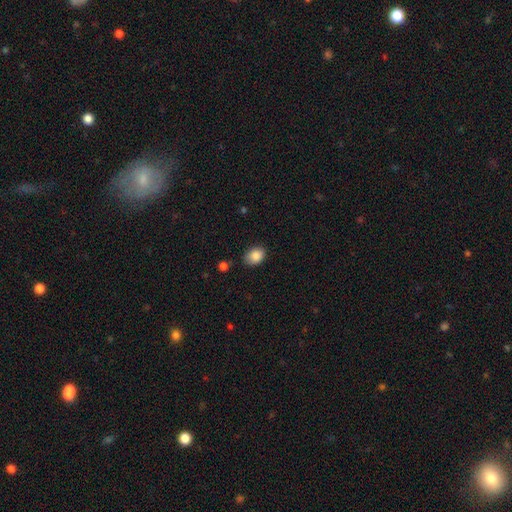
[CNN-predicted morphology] Smooth or featured? smooth (86%)
How rounded? in between (70%)
Merging? none (75%)